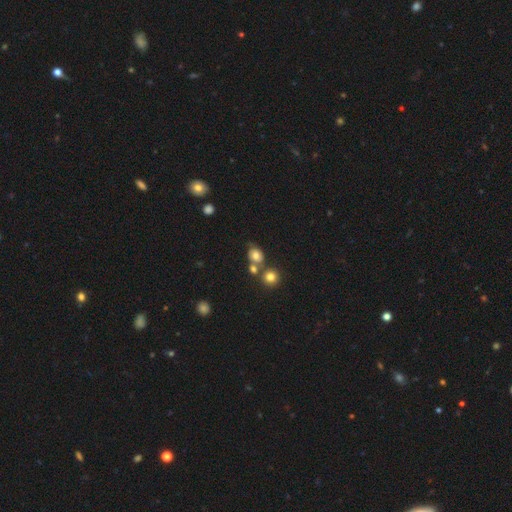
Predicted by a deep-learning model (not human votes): This is likely a smooth galaxy (75%). How rounded: possibly round (50%). Merging: possibly none (51%).